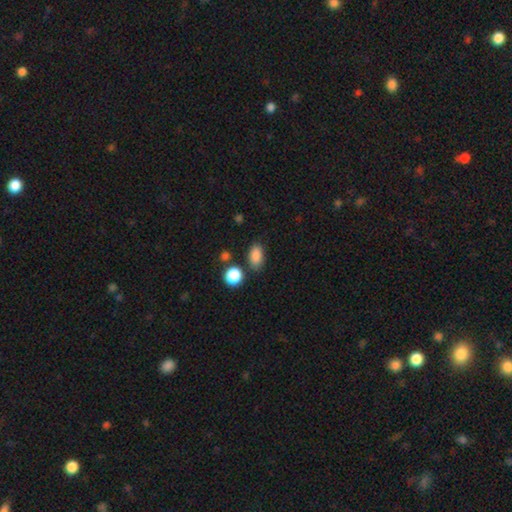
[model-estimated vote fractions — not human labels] A smooth galaxy with no disk features (86%) that is in between round and cigar-shaped (86%). Merging: none (78%).